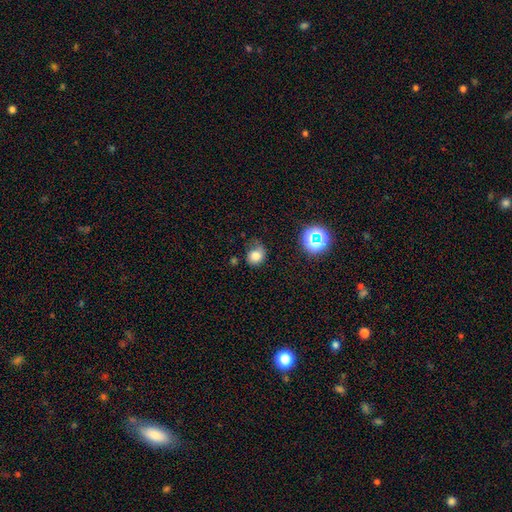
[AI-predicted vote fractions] This appears to be a smooth galaxy with no disk features (75%) that is round (68%). Merging: none (49%).